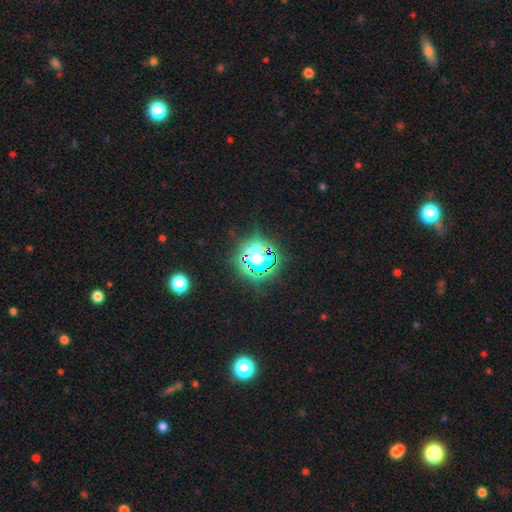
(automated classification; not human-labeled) Smooth or featured? Predicted: star or artifact (p=0.65).